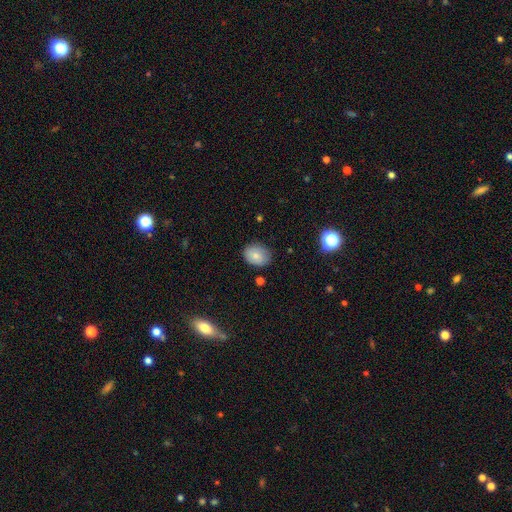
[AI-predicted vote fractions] Q: Smooth or featured?
A: smooth (78%); runner-up: featured or disk (13%)
Q: How rounded?
A: in between (63%); runner-up: round (36%)
Q: Merging?
A: none (79%); runner-up: minor disturbance (16%)